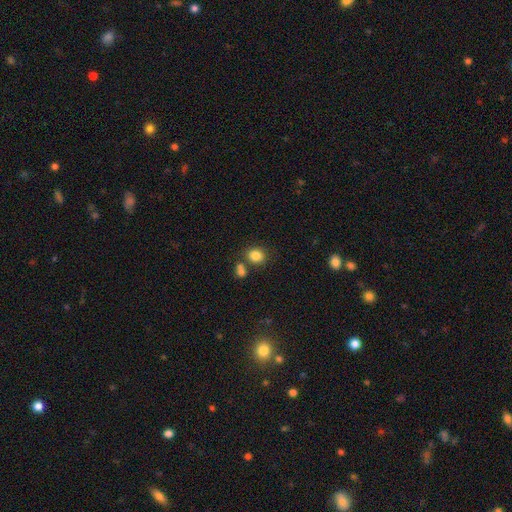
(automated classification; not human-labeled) This is clearly a smooth galaxy (83%). How rounded: likely round (67%). Merging: likely none (68%).